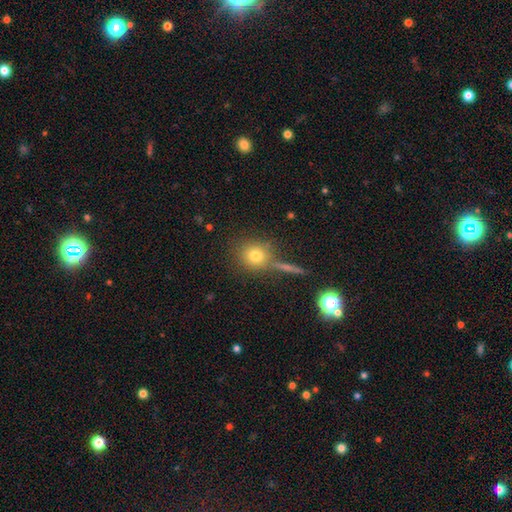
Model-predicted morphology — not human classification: Smooth or featured? smooth (73%)
How rounded? round (86%)
Merging? none (71%)